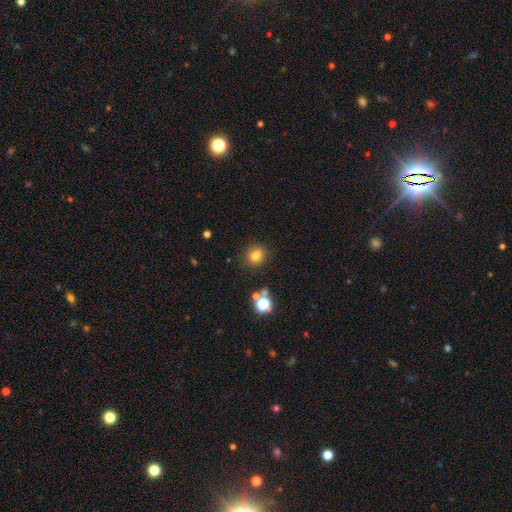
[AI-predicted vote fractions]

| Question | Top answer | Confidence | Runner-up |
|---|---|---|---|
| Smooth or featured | smooth | 78% | star or artifact (16%) |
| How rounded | round | 82% | in between (17%) |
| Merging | none | 84% | minor disturbance (9%) |